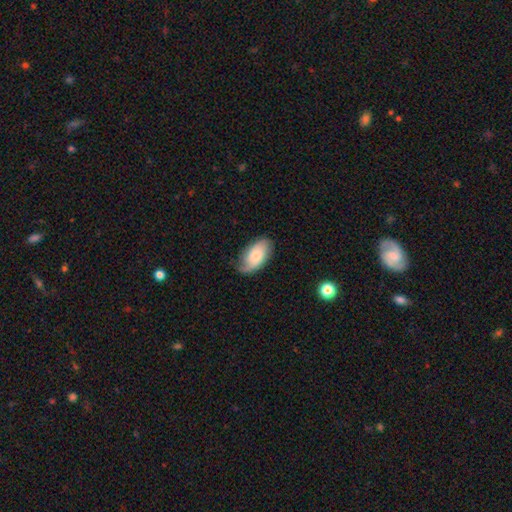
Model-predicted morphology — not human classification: Smooth or featured?
  - smooth: 65% *
  - featured or disk: 29%
  - star or artifact: 7%
How rounded?
  - in between: 94% *
  - round: 3%
  - cigar-shaped: 2%
Merging?
  - none: 70% *
  - minor disturbance: 23%
  - major disturbance: 5%
  - merger: 1%